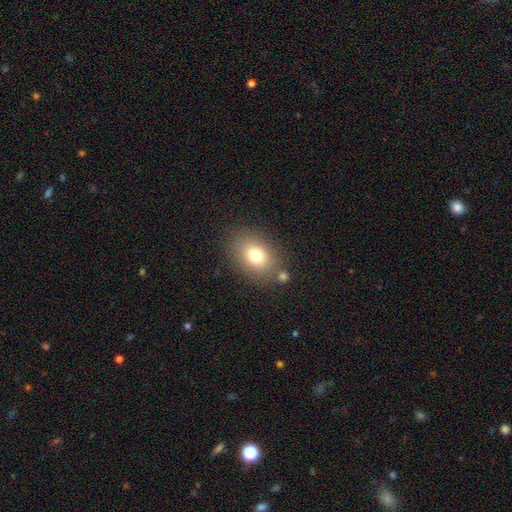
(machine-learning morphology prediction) smooth-or-featured: smooth: 77% | featured or disk: 12% | star or artifact: 11%
  how-rounded: in between: 70% | round: 29% | cigar-shaped: 1%
  merging: none: 77% | minor disturbance: 11% | merger: 8% | major disturbance: 4%